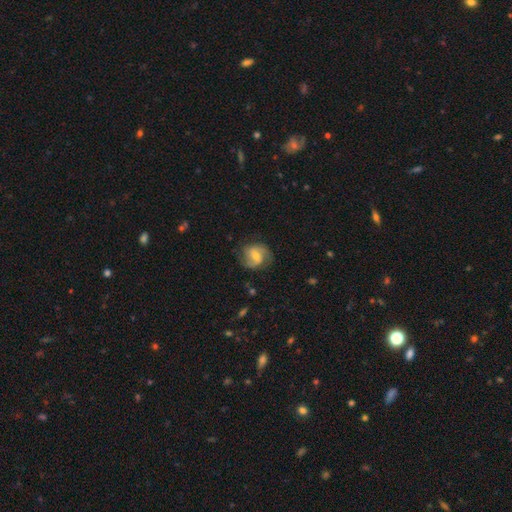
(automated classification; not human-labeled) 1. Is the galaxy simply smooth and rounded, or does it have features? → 70% featured or disk, 23% smooth, 7% star or artifact.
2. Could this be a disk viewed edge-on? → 97% no, 3% yes.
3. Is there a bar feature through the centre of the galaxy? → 50% weak, 34% no, 16% strong.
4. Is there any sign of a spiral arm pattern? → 92% yes, 8% no.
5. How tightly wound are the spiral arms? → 49% medium, 27% loose, 24% tight.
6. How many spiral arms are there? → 83% 2, 8% can't tell, 4% 1, 3% 3, 1% 4, 1% more than 4.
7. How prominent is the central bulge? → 53% moderate, 39% small, 4% large, 3% none, 1% dominant.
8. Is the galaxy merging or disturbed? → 74% none, 17% minor disturbance, 8% major disturbance, 1% merger.